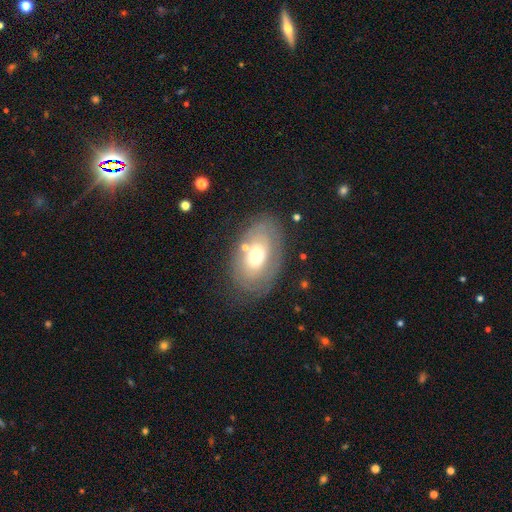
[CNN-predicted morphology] smooth_or_featured: featured or disk (p=0.49) [alt: smooth p=0.44]
merging: none (p=0.71) [alt: minor disturbance p=0.17]